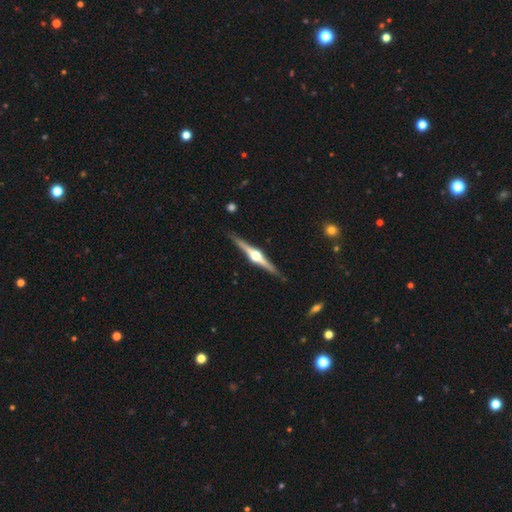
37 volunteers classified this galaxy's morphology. A featured or disk galaxy (84%) viewed edge-on (97%) with a rounded central bulge (100%).

Vote fractions:
- Smooth or featured? featured or disk: 84% / smooth: 14% / star or artifact: 3%
- Edge-on disk? yes: 97% / no: 3%
- Edge-on bulge? rounded: 100% / boxy: 0% / none: 0%
- Merging? none: 86% / minor disturbance: 11% / merger: 3% / major disturbance: 0%